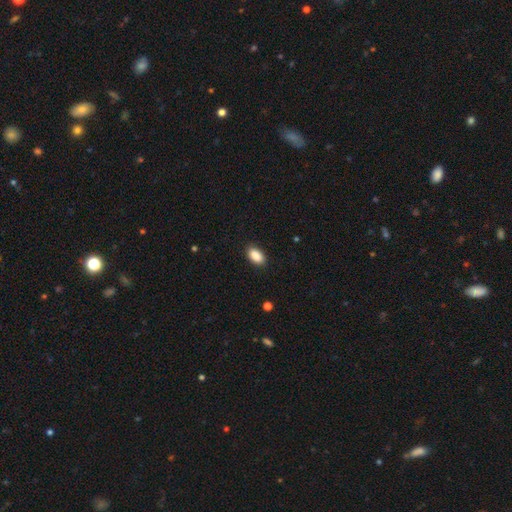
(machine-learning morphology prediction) Smooth or featured?
  - smooth: 89% *
  - star or artifact: 7%
  - featured or disk: 3%
How rounded?
  - in between: 92% *
  - round: 5%
  - cigar-shaped: 3%
Merging?
  - none: 88% *
  - minor disturbance: 9%
  - major disturbance: 2%
  - merger: 1%